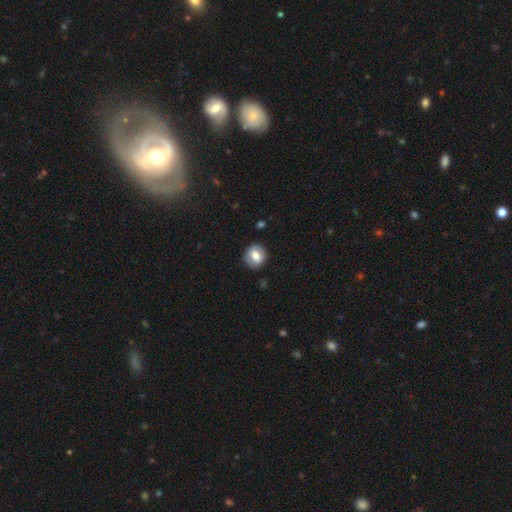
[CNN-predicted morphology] The model was most divided on "smooth or featured": smooth: 67%, featured or disk: 26%, star or artifact: 8%. More confident: merging — none (86%); how rounded — round (80%).